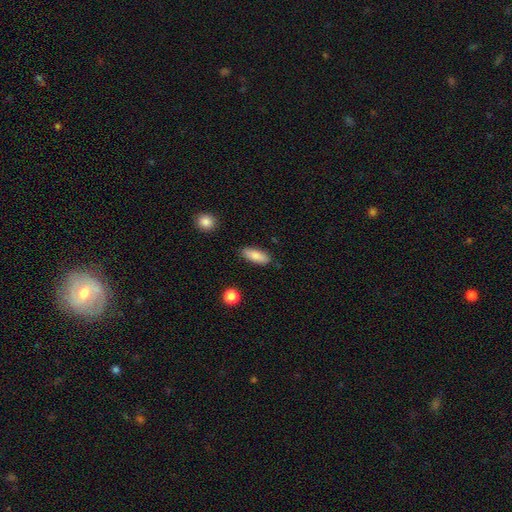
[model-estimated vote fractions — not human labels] Smooth or featured: smooth — 84% (featured or disk — 9%)
How rounded: in between — 73% (cigar-shaped — 25%)
Merging: none — 86% (minor disturbance — 10%)